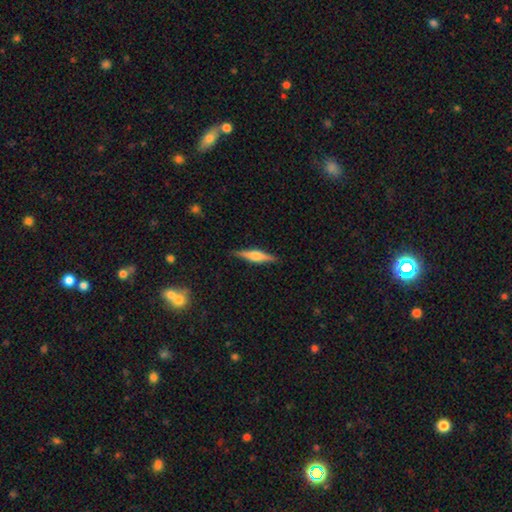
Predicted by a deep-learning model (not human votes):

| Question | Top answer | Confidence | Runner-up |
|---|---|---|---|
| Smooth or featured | featured or disk | 60% | smooth (34%) |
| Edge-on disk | yes | 97% | no (3%) |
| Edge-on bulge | rounded | 79% | boxy (15%) |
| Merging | none | 89% | minor disturbance (8%) |